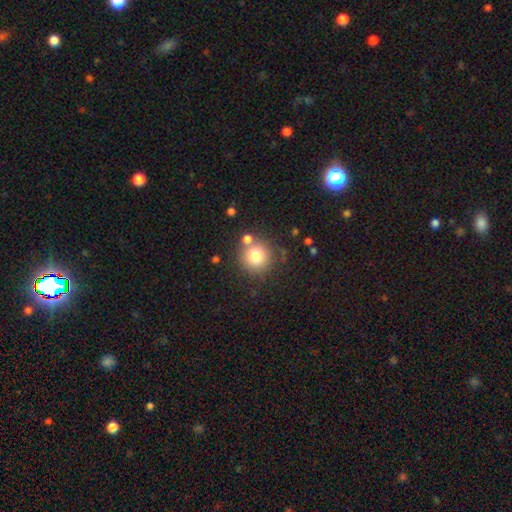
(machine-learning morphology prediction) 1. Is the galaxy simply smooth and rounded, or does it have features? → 77% smooth, 12% star or artifact, 11% featured or disk.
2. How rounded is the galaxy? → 93% round, 6% in between, 1% cigar-shaped.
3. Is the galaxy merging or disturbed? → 75% none, 12% merger, 9% minor disturbance, 4% major disturbance.